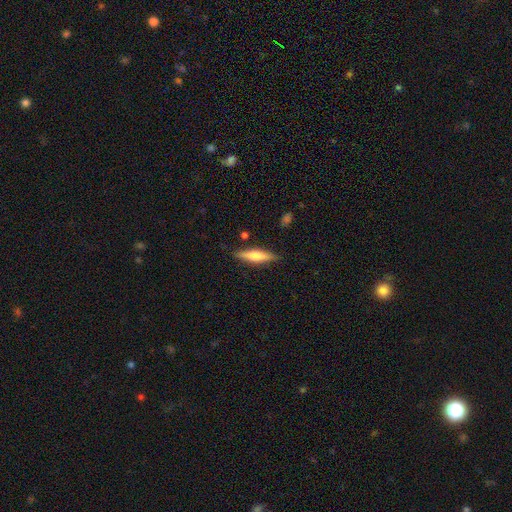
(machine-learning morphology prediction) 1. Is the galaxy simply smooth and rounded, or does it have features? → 55% smooth, 39% featured or disk, 6% star or artifact.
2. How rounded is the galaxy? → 76% cigar-shaped, 22% in between, 2% round.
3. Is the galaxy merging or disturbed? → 85% none, 10% minor disturbance, 2% major disturbance, 2% merger.